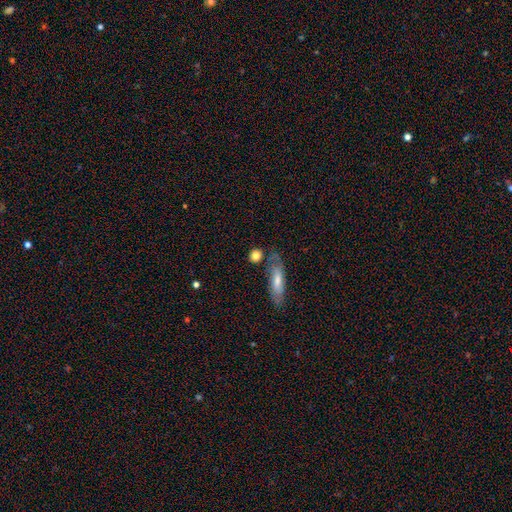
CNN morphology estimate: smooth-or-featured: smooth: 81% | featured or disk: 12% | star or artifact: 8%
  how-rounded: round: 74% | in between: 18% | cigar-shaped: 8%
  merging: none: 72% | minor disturbance: 13% | merger: 11% | major disturbance: 5%